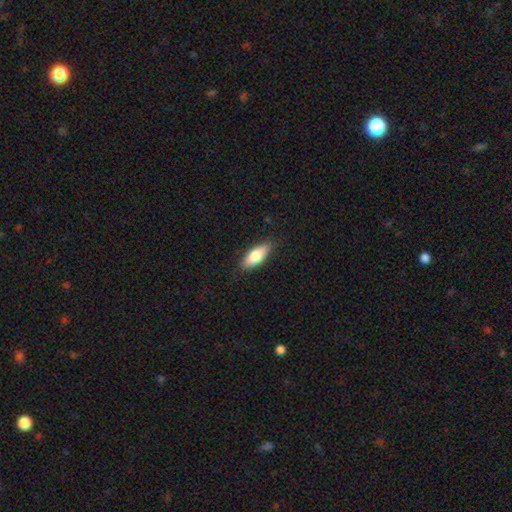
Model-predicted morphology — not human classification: Smooth or featured? smooth (77%)
How rounded? in between (75%)
Merging? none (84%)